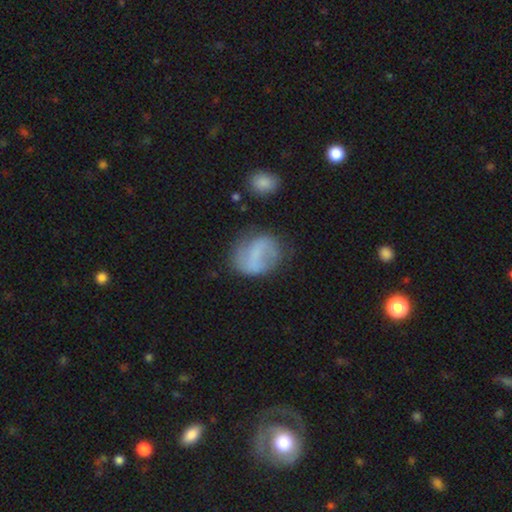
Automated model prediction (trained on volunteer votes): This is possibly a featured or disk galaxy (47%). Merging: likely none (63%).